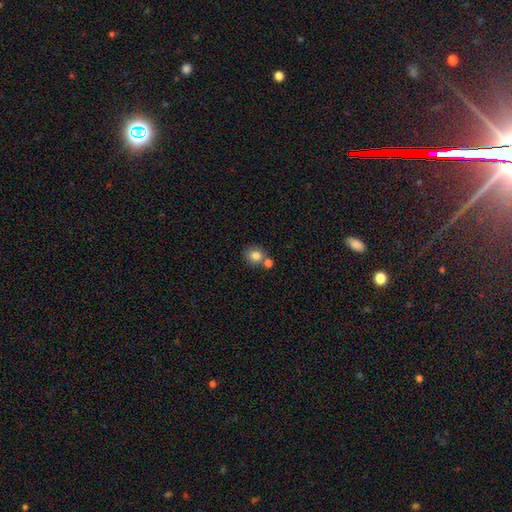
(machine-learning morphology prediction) smooth_or_featured: smooth (p=0.82) [alt: star or artifact p=0.10]
how_rounded: round (p=0.75) [alt: in between p=0.24]
merging: none (p=0.57) [alt: merger p=0.29]